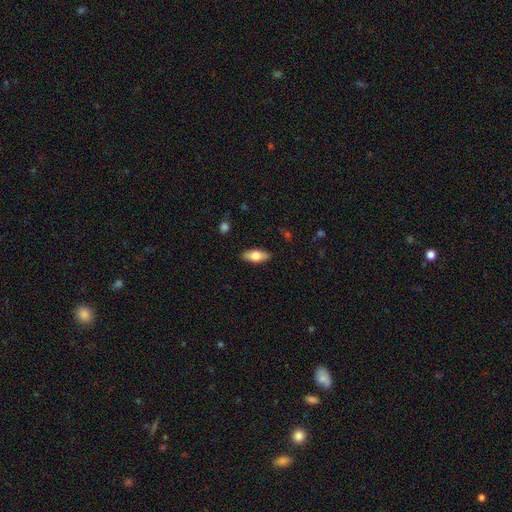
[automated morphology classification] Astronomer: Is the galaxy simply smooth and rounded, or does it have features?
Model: smooth — 70%.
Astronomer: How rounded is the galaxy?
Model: in between — 82%.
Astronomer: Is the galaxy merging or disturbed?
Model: none — 87%.